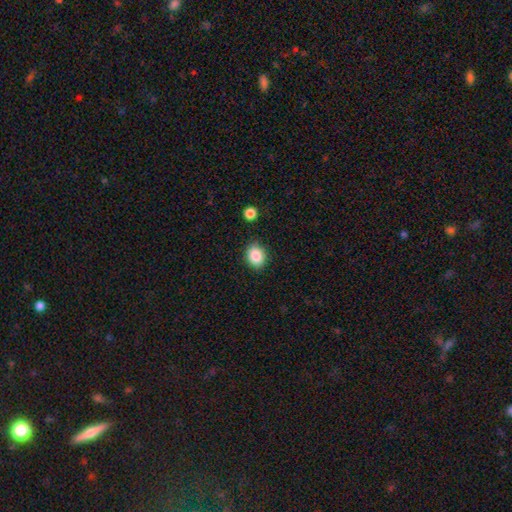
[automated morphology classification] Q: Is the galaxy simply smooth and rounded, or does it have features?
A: smooth — 86%.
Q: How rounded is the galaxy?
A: round — 51%.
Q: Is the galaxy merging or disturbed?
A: none — 85%.